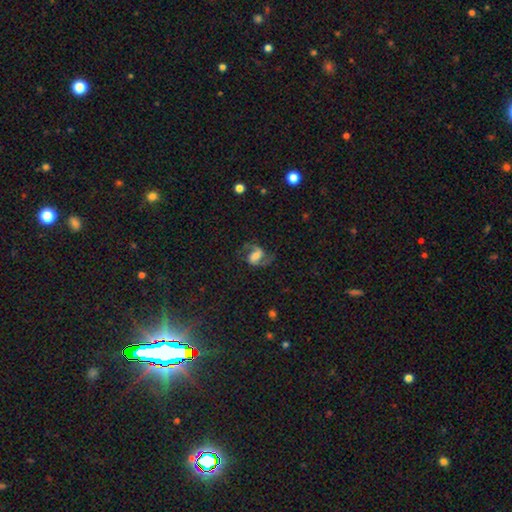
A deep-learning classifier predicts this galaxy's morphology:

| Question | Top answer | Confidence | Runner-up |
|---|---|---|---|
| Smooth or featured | featured or disk | 79% | smooth (13%) |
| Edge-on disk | no | 98% | yes (2%) |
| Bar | weak | 48% | strong (28%) |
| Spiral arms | yes | 95% | no (5%) |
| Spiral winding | medium | 51% | loose (38%) |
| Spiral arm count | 2 | 92% | 1 (3%) |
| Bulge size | moderate | 41% | large (23%) |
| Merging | none | 71% | minor disturbance (15%) |